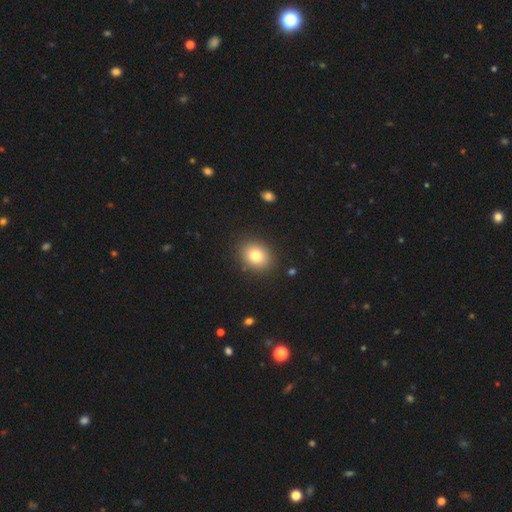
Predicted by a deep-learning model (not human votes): smooth_or_featured: smooth (p=0.79) [alt: star or artifact p=0.11]
how_rounded: round (p=0.58) [alt: in between p=0.41]
merging: none (p=0.89) [alt: minor disturbance p=0.07]